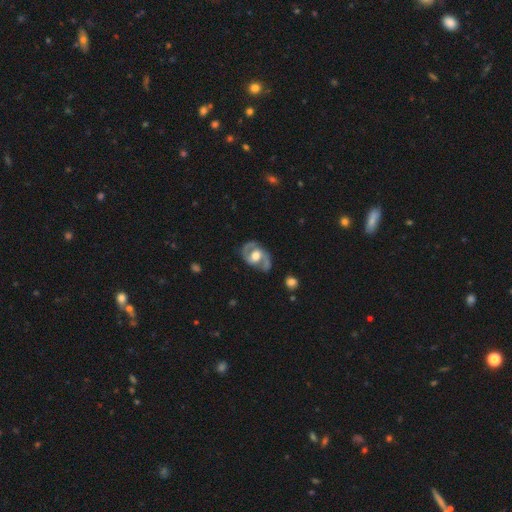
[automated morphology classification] Q: Smooth or featured?
A: featured or disk (81%); runner-up: smooth (14%)
Q: Edge-on disk?
A: no (96%); runner-up: yes (4%)
Q: Bar?
A: no (48%); runner-up: weak (37%)
Q: Spiral arms?
A: yes (87%); runner-up: no (13%)
Q: Spiral winding?
A: medium (56%); runner-up: loose (24%)
Q: Spiral arm count?
A: 2 (90%); runner-up: can't tell (4%)
Q: Bulge size?
A: moderate (56%); runner-up: large (35%)
Q: Merging?
A: none (71%); runner-up: minor disturbance (18%)